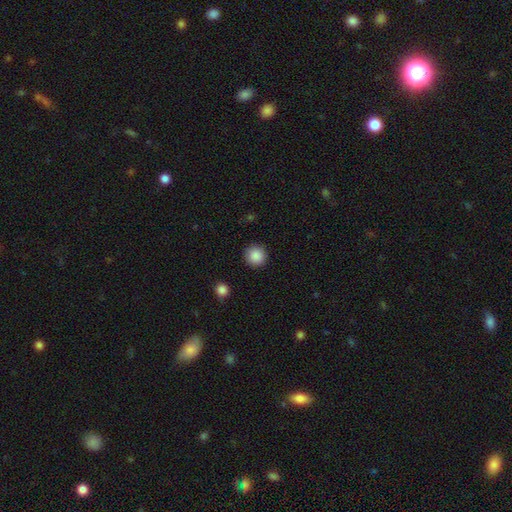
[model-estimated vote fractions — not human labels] Morphology: type=smooth (88%); roundness=round (95%); merging=none (92%).